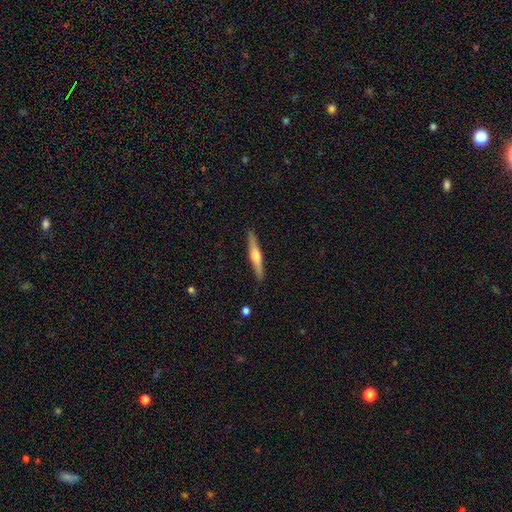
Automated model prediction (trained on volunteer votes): This is likely a featured or disk galaxy (63%). It is clearly viewed edge-on (97%). Edge-on bulge: clearly rounded (90%). Merging: clearly none (91%).